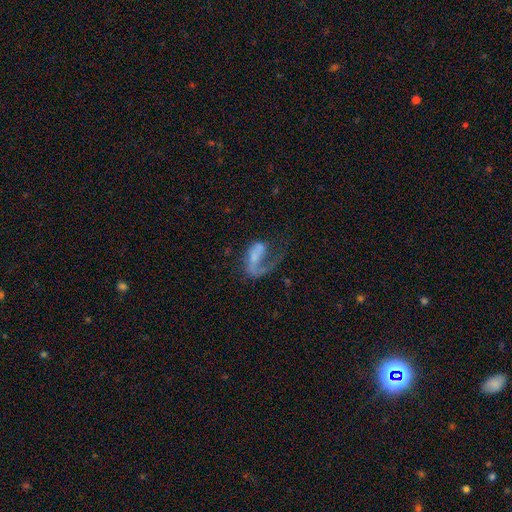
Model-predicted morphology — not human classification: Smooth or featured?
  - featured or disk: 65% *
  - smooth: 26%
  - star or artifact: 9%
Edge-on disk?
  - no: 96% *
  - yes: 4%
Bar?
  - no: 58% *
  - weak: 28%
  - strong: 13%
Spiral arms?
  - yes: 75% *
  - no: 25%
Bulge size?
  - none: 41% *
  - small: 36%
  - moderate: 16%
  - large: 5%
  - dominant: 2%
Merging?
  - major disturbance: 55% *
  - none: 25%
  - minor disturbance: 13%
  - merger: 6%